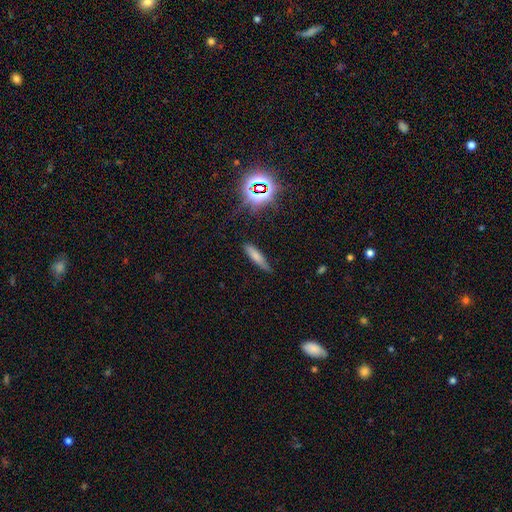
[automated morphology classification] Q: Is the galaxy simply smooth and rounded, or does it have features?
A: smooth — 69%.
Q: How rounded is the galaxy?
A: cigar-shaped — 78%.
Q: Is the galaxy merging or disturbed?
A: none — 76%.